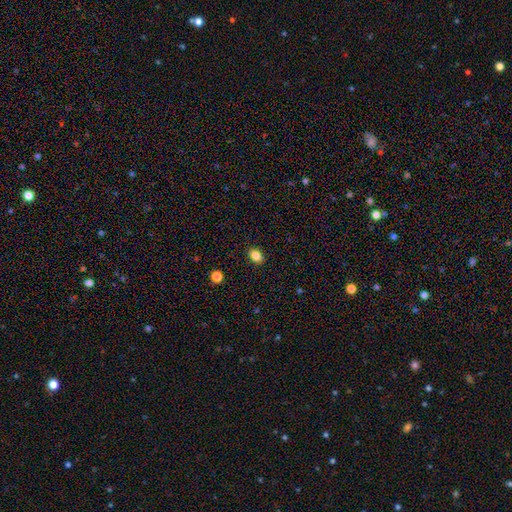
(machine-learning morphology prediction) Smooth or featured?
  - smooth: 85% *
  - star or artifact: 10%
  - featured or disk: 5%
How rounded?
  - in between: 75% *
  - round: 24%
  - cigar-shaped: 1%
Merging?
  - none: 90% *
  - minor disturbance: 7%
  - major disturbance: 2%
  - merger: 1%